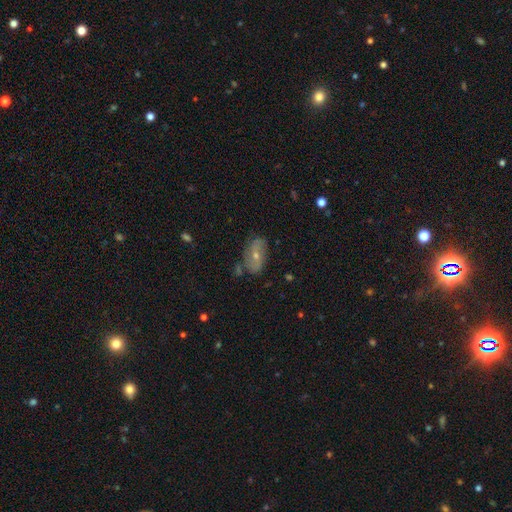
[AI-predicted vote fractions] Q: Smooth or featured?
A: featured or disk (55%); runner-up: smooth (35%)
Q: Edge-on disk?
A: no (91%); runner-up: yes (9%)
Q: Merging?
A: none (69%); runner-up: minor disturbance (21%)